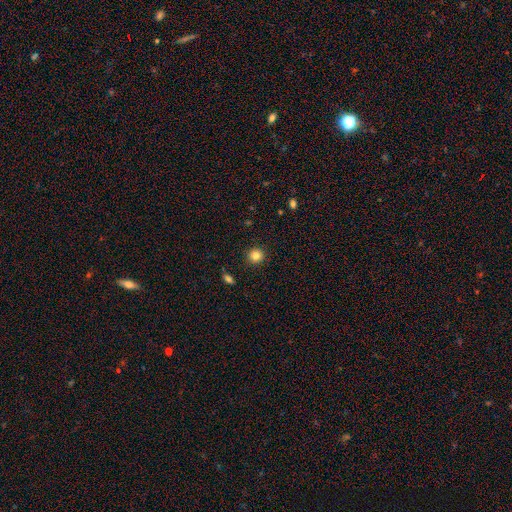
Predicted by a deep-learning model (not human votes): This is clearly a smooth galaxy (83%). How rounded: clearly round (93%). Merging: clearly none (92%).